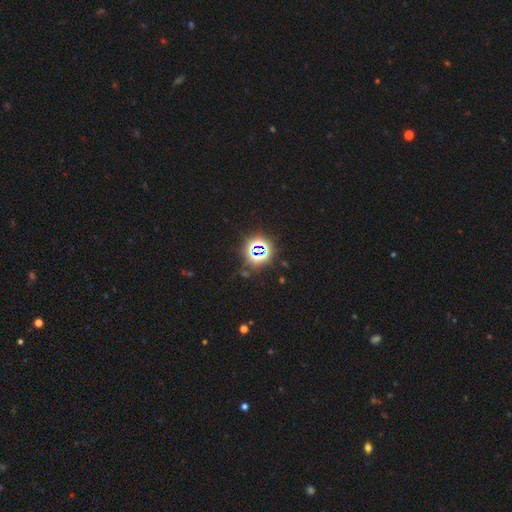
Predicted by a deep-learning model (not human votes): Overall: star or artifact (76%).